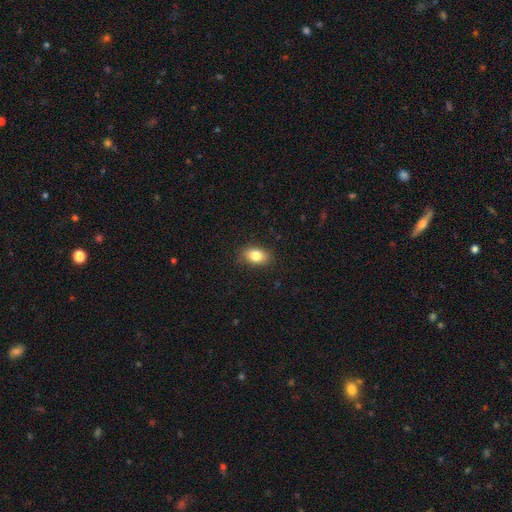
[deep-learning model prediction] Smooth or featured: smooth — 82% (star or artifact — 9%)
How rounded: in between — 83% (round — 15%)
Merging: none — 85% (minor disturbance — 12%)